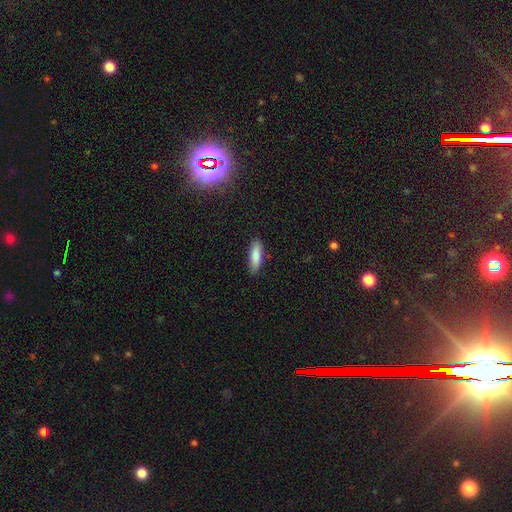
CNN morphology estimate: Smooth or featured?
  - smooth: 85% *
  - featured or disk: 8%
  - star or artifact: 6%
How rounded?
  - cigar-shaped: 50% *
  - in between: 48%
  - round: 2%
Merging?
  - none: 87% *
  - minor disturbance: 10%
  - major disturbance: 2%
  - merger: 1%